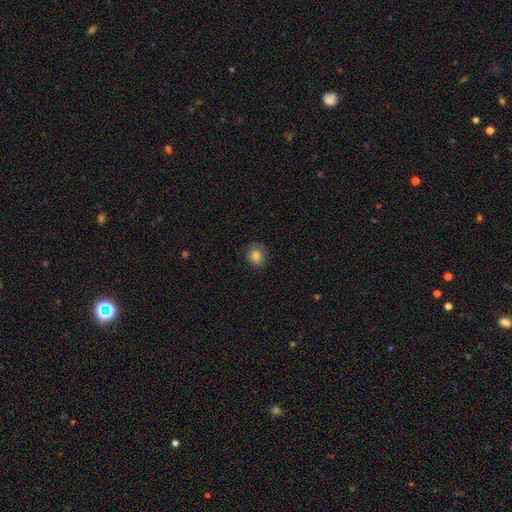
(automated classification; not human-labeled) smooth-or-featured: smooth: 83% | star or artifact: 10% | featured or disk: 7%
  how-rounded: round: 73% | in between: 26% | cigar-shaped: 1%
  merging: none: 77% | minor disturbance: 17% | major disturbance: 5% | merger: 1%